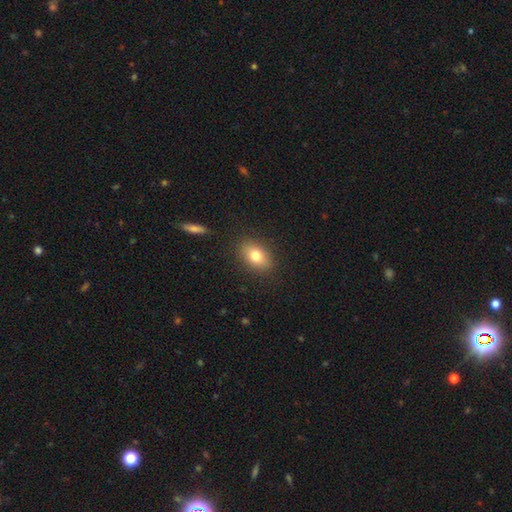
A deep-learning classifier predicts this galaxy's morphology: Smooth or featured? smooth (78%)
How rounded? in between (79%)
Merging? none (87%)